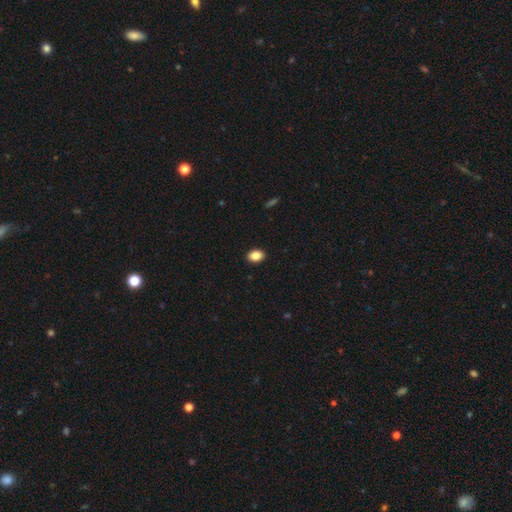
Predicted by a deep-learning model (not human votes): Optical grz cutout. It shows a smooth galaxy with no disk features (86%) that is in between round and cigar-shaped (75%). Merging: none (91%).